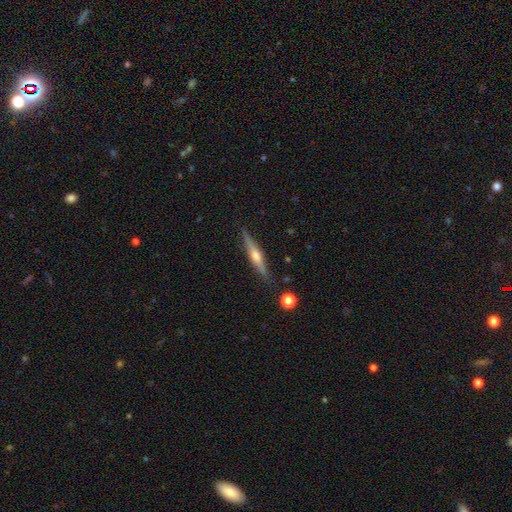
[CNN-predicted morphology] type=featured or disk (69%); edge-on=yes (97%); edge-on bulge=rounded (88%); merging=none (88%).